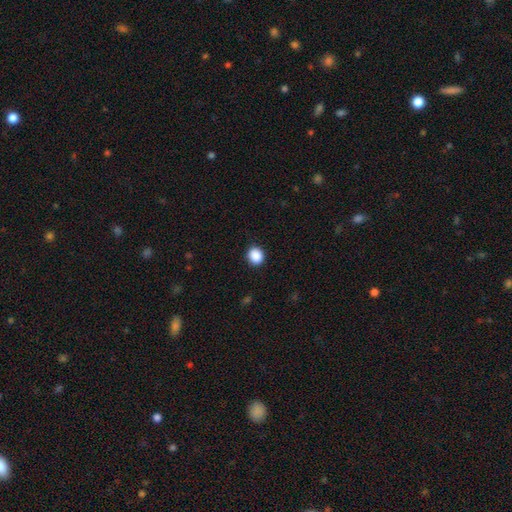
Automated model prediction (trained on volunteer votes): Morphology: type=smooth (89%); roundness=round (77%); merging=none (90%).